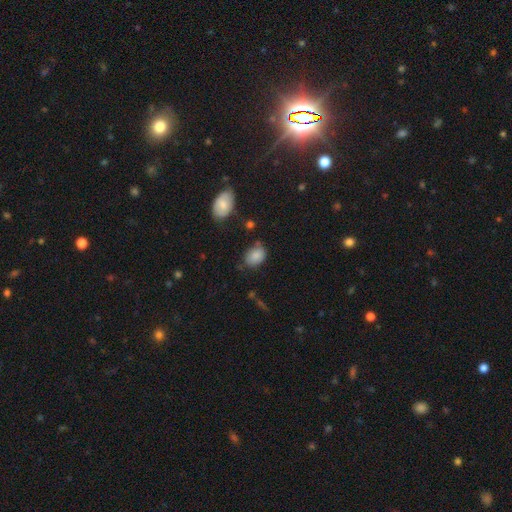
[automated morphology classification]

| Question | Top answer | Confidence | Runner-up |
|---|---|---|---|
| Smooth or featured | smooth | 85% | star or artifact (8%) |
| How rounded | in between | 74% | round (25%) |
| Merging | none | 65% | minor disturbance (25%) |